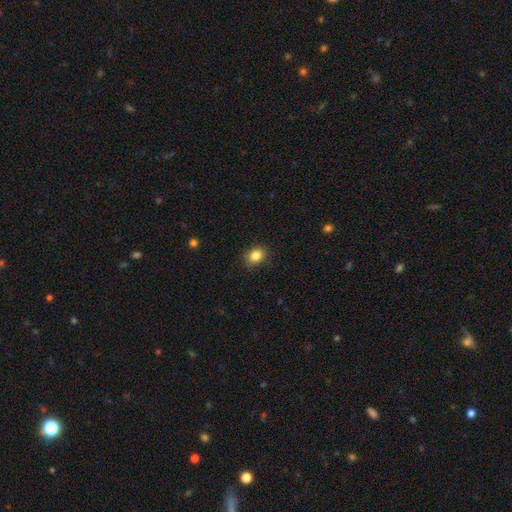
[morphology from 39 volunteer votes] Smooth or featured? smooth (97%)
How rounded? in between (66%)
Merging? none (90%)